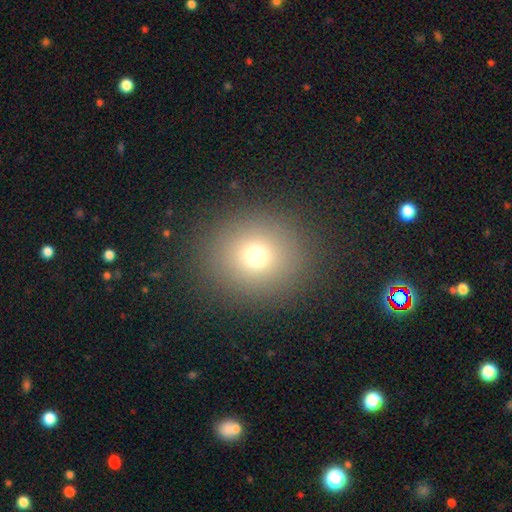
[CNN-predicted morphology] The model was most divided on "smooth or featured": smooth: 72%, star or artifact: 18%, featured or disk: 10%. More confident: merging — none (89%); how rounded — round (86%).